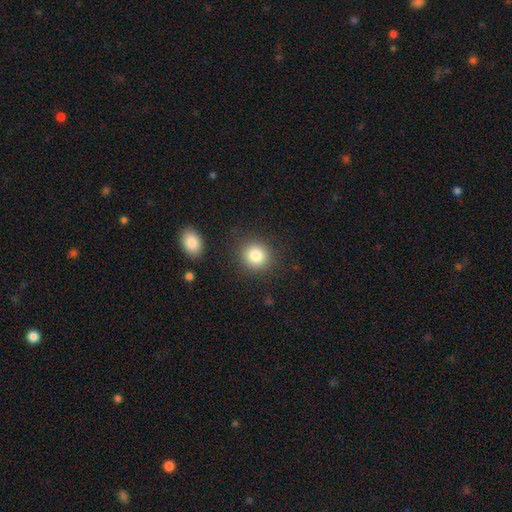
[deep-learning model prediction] The model was most divided on "smooth or featured": smooth: 83%, star or artifact: 10%, featured or disk: 7%. More confident: how rounded — round (87%); merging — none (86%).